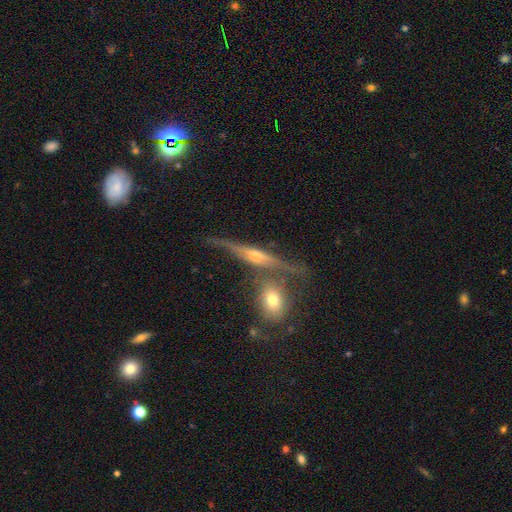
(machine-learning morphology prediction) Smooth or featured?
  - featured or disk: 78% *
  - smooth: 14%
  - star or artifact: 8%
Edge-on disk?
  - yes: 92% *
  - no: 8%
Edge-on bulge?
  - rounded: 75% *
  - boxy: 15%
  - none: 11%
Merging?
  - none: 63% *
  - minor disturbance: 16%
  - merger: 15%
  - major disturbance: 7%